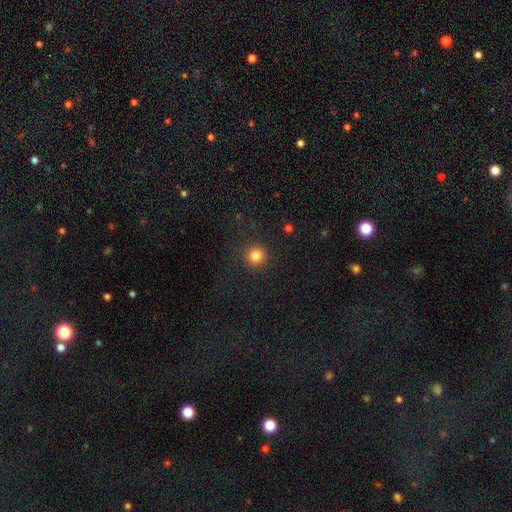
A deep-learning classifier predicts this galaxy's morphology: Smooth or featured: smooth — 83% (star or artifact — 13%)
How rounded: round — 95% (in between — 4%)
Merging: none — 91% (minor disturbance — 6%)